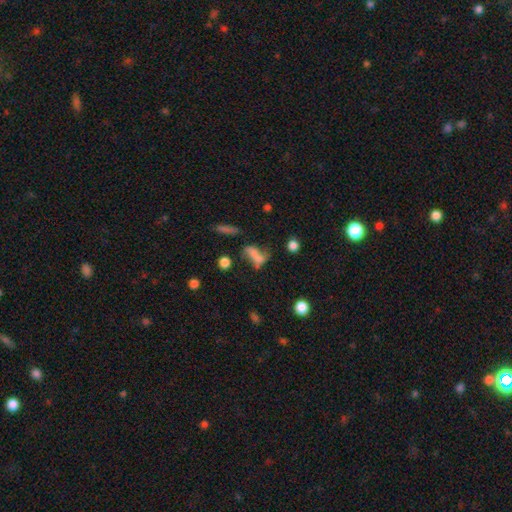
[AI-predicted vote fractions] Smooth or featured? Predicted: smooth (p=0.56). How rounded? Predicted: in between (p=0.69). Merging? Predicted: merger (p=0.39).